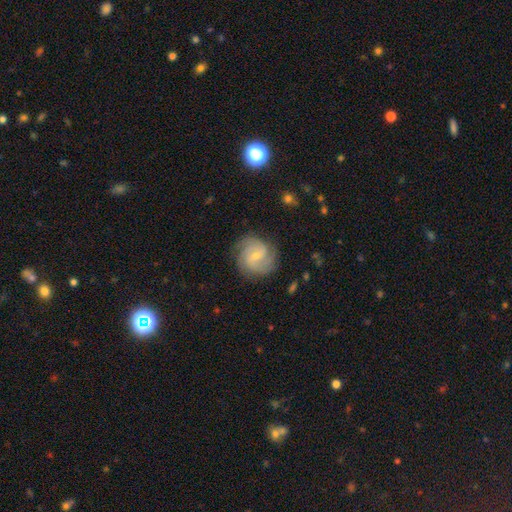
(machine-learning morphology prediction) Smooth or featured: featured or disk — 72% (smooth — 22%)
Edge-on disk: no — 98% (yes — 2%)
Bar: weak — 47% (no — 43%)
Spiral arms: yes — 93% (no — 7%)
Spiral winding: tight — 44% (medium — 42%)
Spiral arm count: 2 — 40% (can't tell — 23%)
Bulge size: small — 67% (moderate — 29%)
Merging: none — 78% (minor disturbance — 15%)